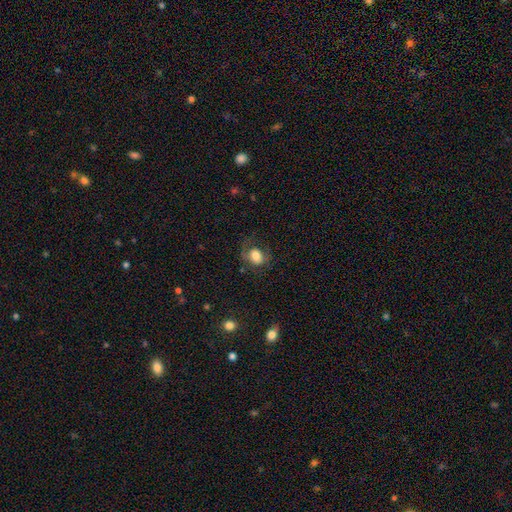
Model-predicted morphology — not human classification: Q: Smooth or featured?
A: smooth (71%); runner-up: featured or disk (20%)
Q: How rounded?
A: in between (57%); runner-up: round (42%)
Q: Merging?
A: none (49%); runner-up: major disturbance (25%)